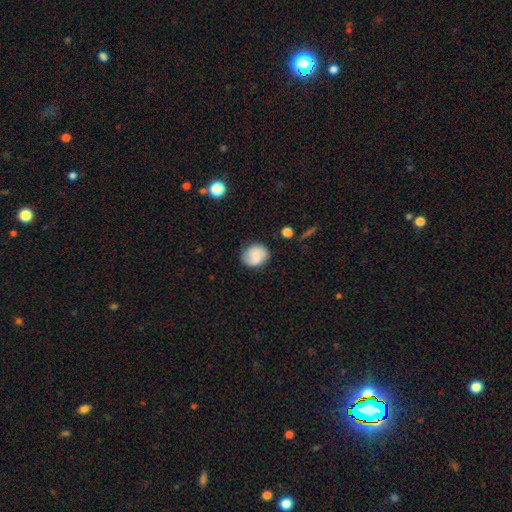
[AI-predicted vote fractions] Overall: smooth (59%; featured or disk 32%). How rounded: round (69%; in between 30%). Merging: none (74%).